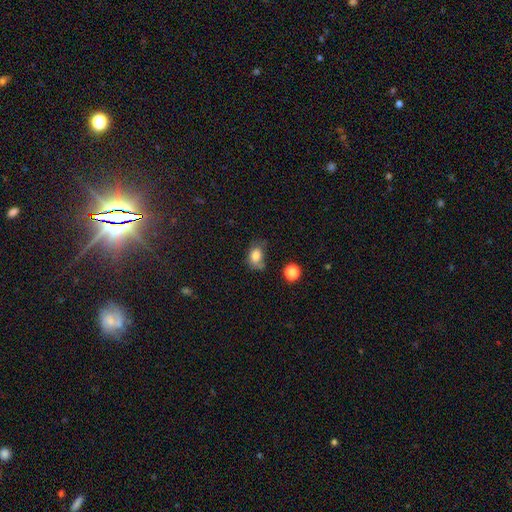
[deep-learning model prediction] This appears to be a smooth galaxy with no disk features (81%) that is in between round and cigar-shaped (72%). Merging: none (44%).